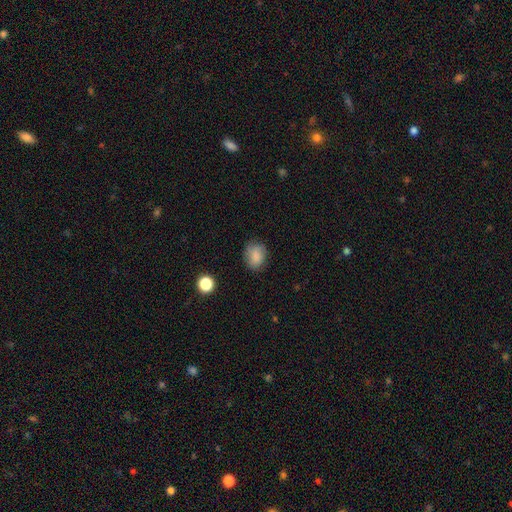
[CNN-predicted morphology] Q: Smooth or featured?
A: smooth (85%); runner-up: star or artifact (9%)
Q: How rounded?
A: in between (55%); runner-up: round (44%)
Q: Merging?
A: none (78%); runner-up: minor disturbance (17%)